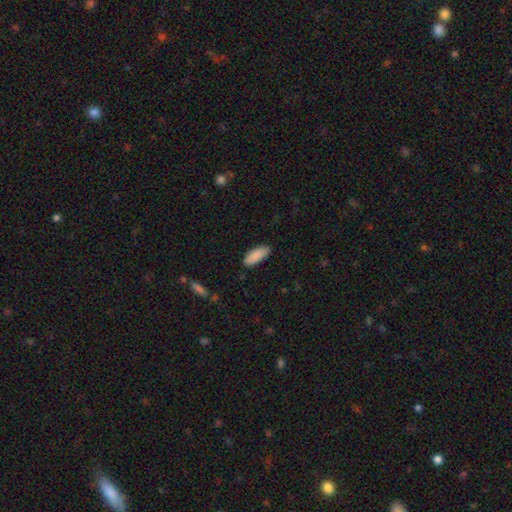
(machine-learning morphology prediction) type=smooth (90%); roundness=in between (77%); merging=none (85%).